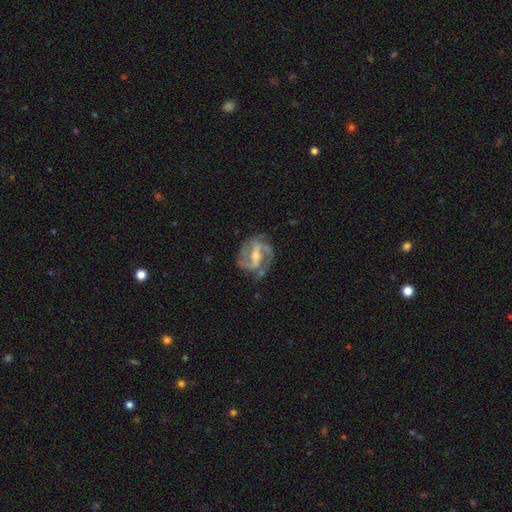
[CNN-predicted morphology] The model was most divided on "bulge size": small: 48%, moderate: 47%, none: 2%, large: 2%, dominant: 1%. Remaining: edge-on disk — no (97%); spiral arms — yes (97%); smooth or featured — featured or disk (91%); spiral arm count — 2 (77%); merging — none (73%); spiral winding — medium (54%); bar — strong (49%).